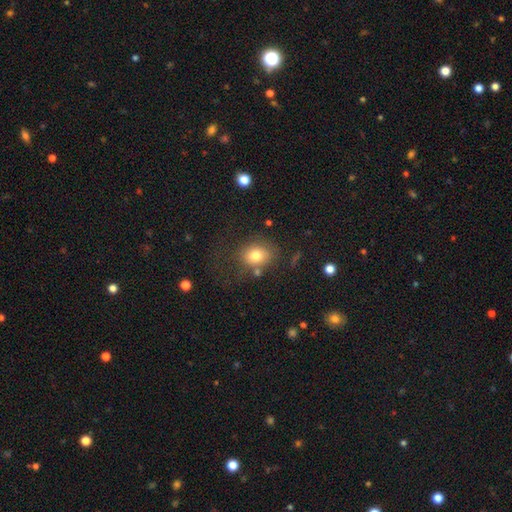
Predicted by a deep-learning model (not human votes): Smooth or featured: smooth — 77% (featured or disk — 11%)
How rounded: round — 59% (in between — 41%)
Merging: none — 67% (minor disturbance — 17%)